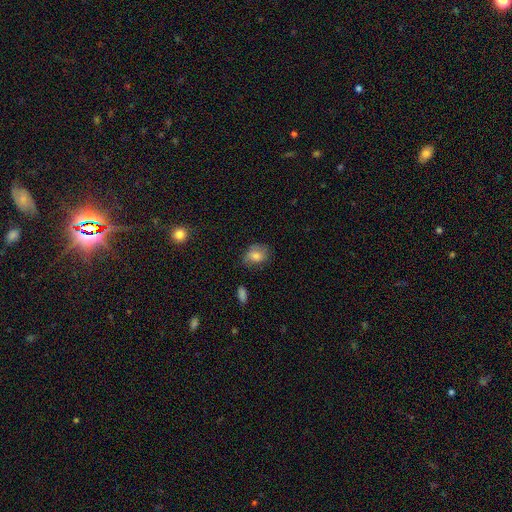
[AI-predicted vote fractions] Smooth or featured? smooth (68%)
How rounded? in between (61%)
Merging? none (59%)